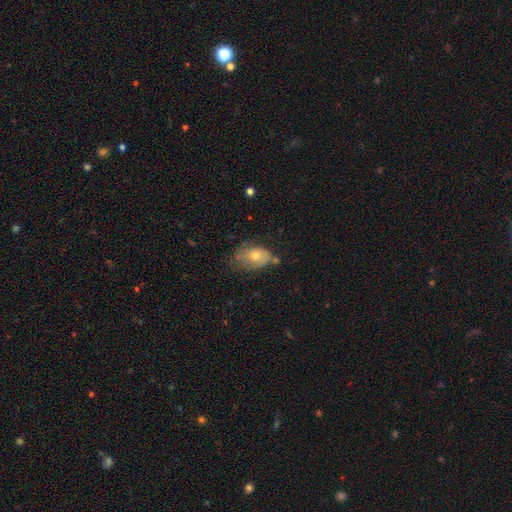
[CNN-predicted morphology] Smooth or featured? Predicted: smooth (p=0.59). How rounded? Predicted: in between (p=0.82). Merging? Predicted: none (p=0.48).